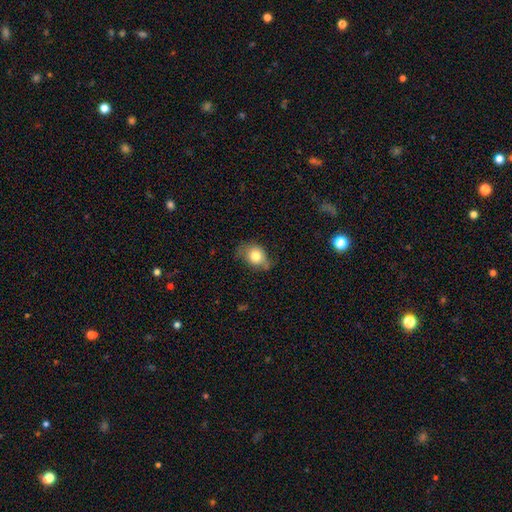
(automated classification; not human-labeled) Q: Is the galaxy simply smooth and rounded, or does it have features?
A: smooth — 75%.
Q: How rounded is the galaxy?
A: in between — 60%.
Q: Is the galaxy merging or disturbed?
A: none — 51%.